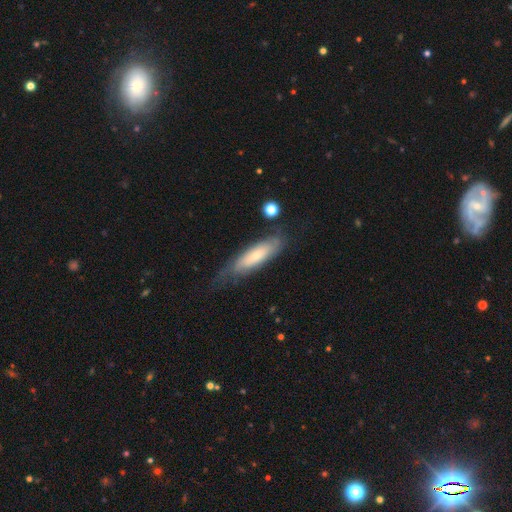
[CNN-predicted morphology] This appears to be a smooth galaxy with no disk features (51%) that is cigar-shaped (57%). Merging: none (59%).